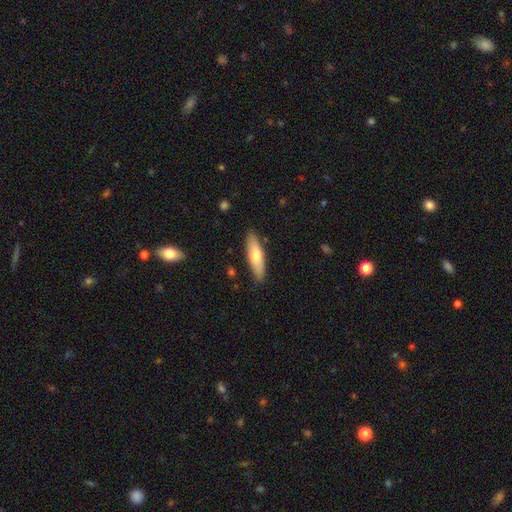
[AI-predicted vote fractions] A smooth galaxy with no disk features (67%) that is cigar-shaped (61%).

Vote fractions:
- Smooth or featured? smooth: 67% / featured or disk: 27% / star or artifact: 5%
- How rounded? cigar-shaped: 61% / in between: 37% / round: 2%
- Merging? none: 85% / minor disturbance: 12% / major disturbance: 2% / merger: 1%